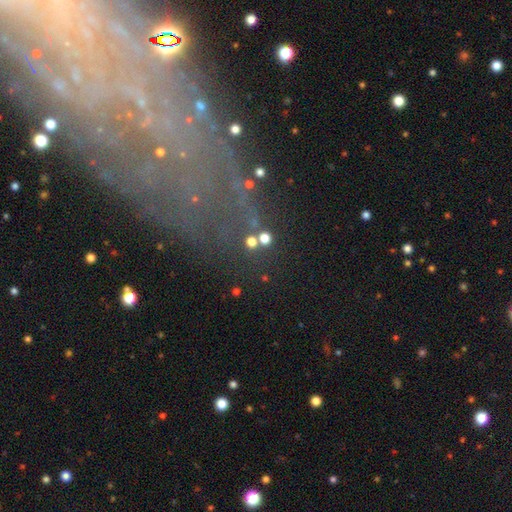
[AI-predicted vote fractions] This is possibly a star or artifact rather than a galaxy (47%).